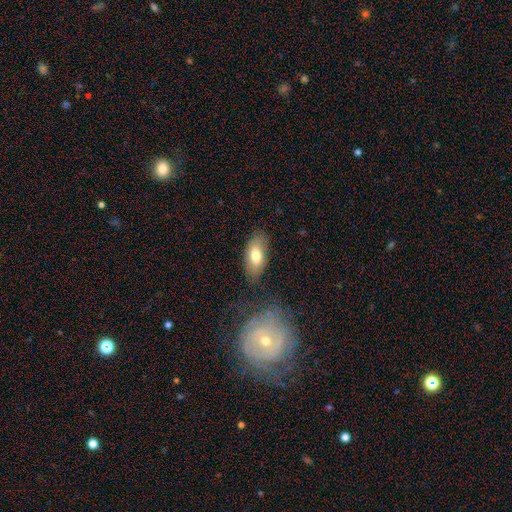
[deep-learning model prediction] This appears to be a smooth galaxy with no disk features (74%) that is in between round and cigar-shaped (88%). Merging: none (79%).